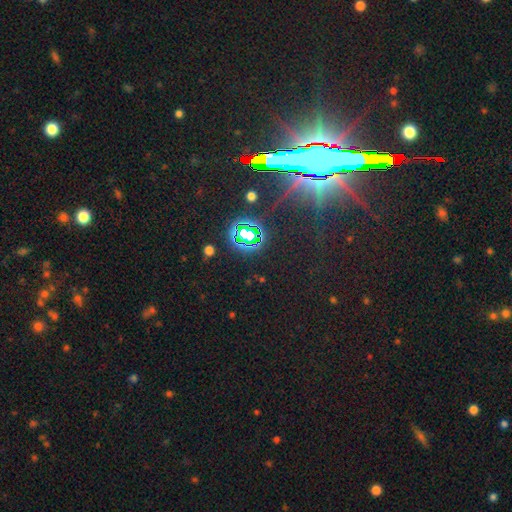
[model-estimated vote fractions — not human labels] This appears to be a star or artifact, not a galaxy (82%).